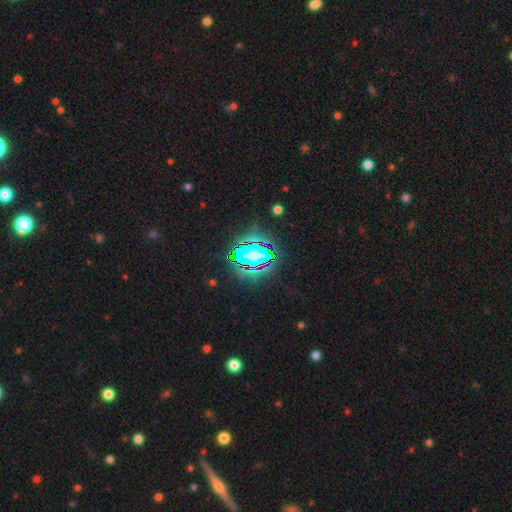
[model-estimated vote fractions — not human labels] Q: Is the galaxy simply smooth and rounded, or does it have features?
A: star or artifact — 83%.